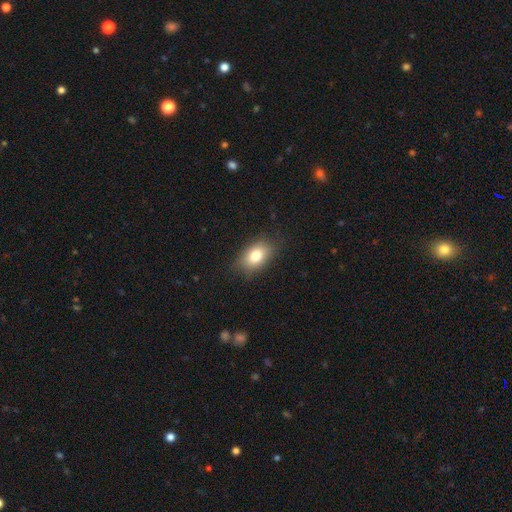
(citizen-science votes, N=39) Morphology: type=smooth (74%); roundness=in between (83%); merging=none (86%).